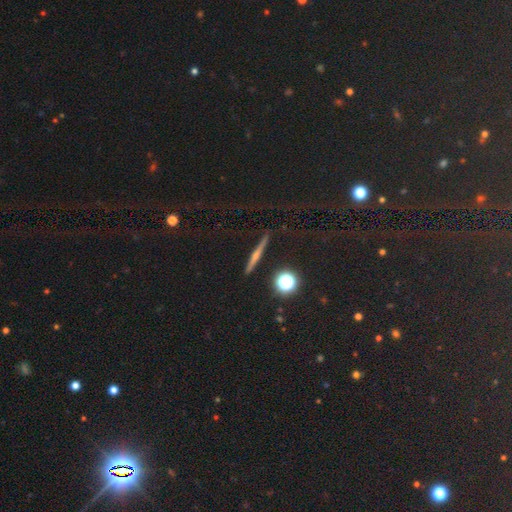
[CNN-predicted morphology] This appears to be a featured or disk galaxy (51%) viewed edge-on (94%). Merging: none (91%).